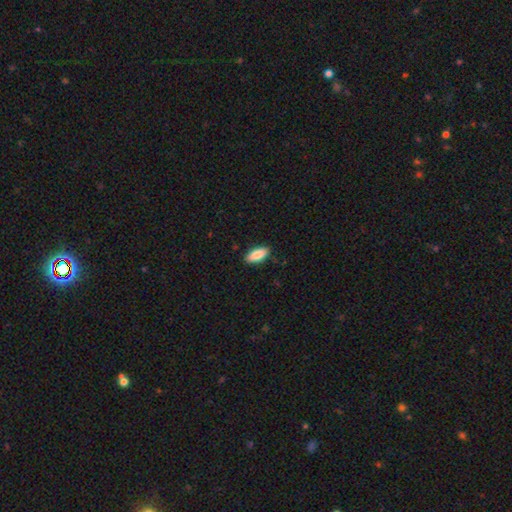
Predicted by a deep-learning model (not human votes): Smooth or featured? smooth (86%)
How rounded? in between (83%)
Merging? none (89%)